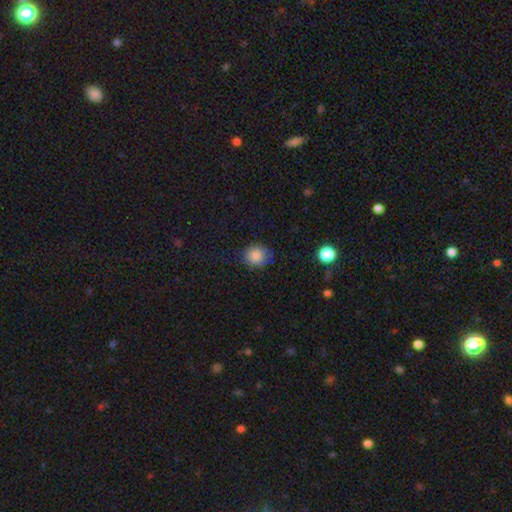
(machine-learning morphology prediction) smooth-or-featured: smooth: 85% | star or artifact: 9% | featured or disk: 5%
  how-rounded: round: 72% | in between: 27% | cigar-shaped: 1%
  merging: none: 78% | minor disturbance: 17% | major disturbance: 4% | merger: 1%